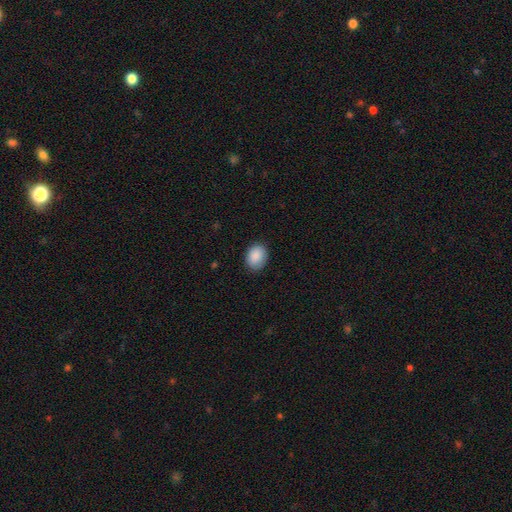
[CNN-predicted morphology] smooth-or-featured: smooth: 90% | star or artifact: 7% | featured or disk: 4%
  how-rounded: in between: 69% | round: 31% | cigar-shaped: 1%
  merging: none: 85% | minor disturbance: 12% | major disturbance: 2% | merger: 1%